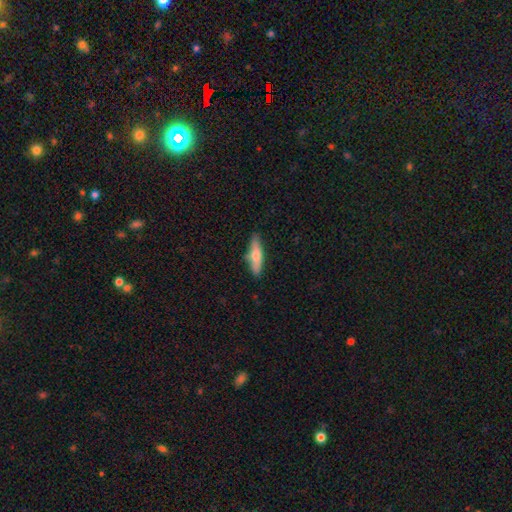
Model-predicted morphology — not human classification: Smooth or featured?
  - smooth: 62% *
  - featured or disk: 32%
  - star or artifact: 6%
How rounded?
  - cigar-shaped: 64% *
  - in between: 34%
  - round: 2%
Merging?
  - none: 77% *
  - minor disturbance: 17%
  - major disturbance: 3%
  - merger: 3%